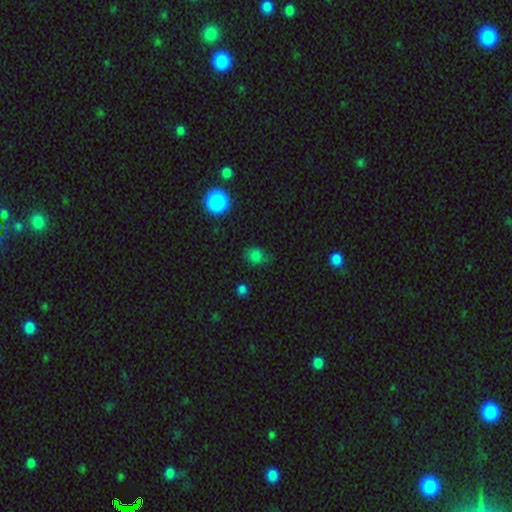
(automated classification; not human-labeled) smooth_or_featured: smooth (p=0.77) [alt: star or artifact p=0.18]
how_rounded: round (p=0.65) [alt: in between p=0.34]
merging: none (p=0.66) [alt: minor disturbance p=0.25]